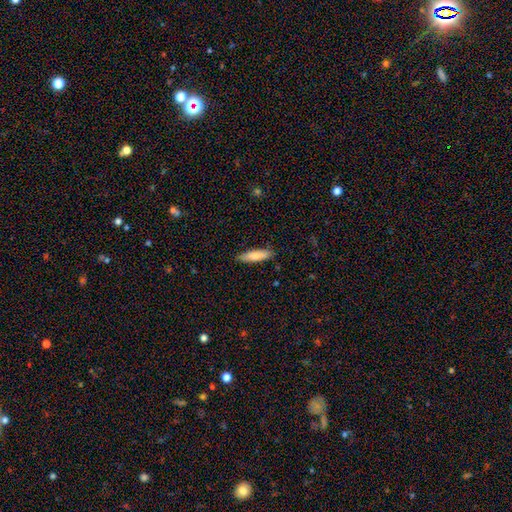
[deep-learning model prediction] Overall: smooth (81%). How rounded: cigar-shaped (72%). Merging: none (87%).